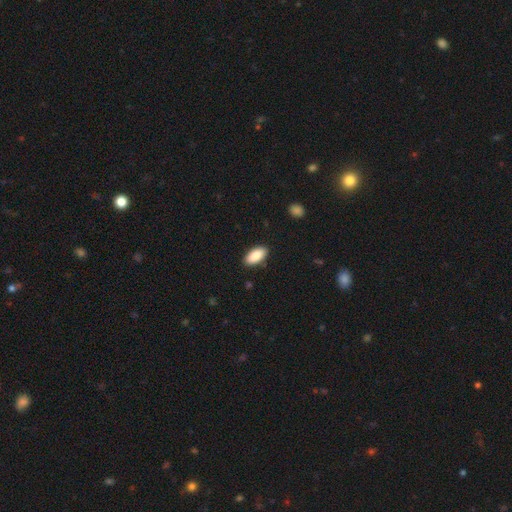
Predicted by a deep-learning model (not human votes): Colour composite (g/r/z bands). It shows a smooth galaxy with no disk features (89%) that is in between round and cigar-shaped (92%). Merging: none (88%).